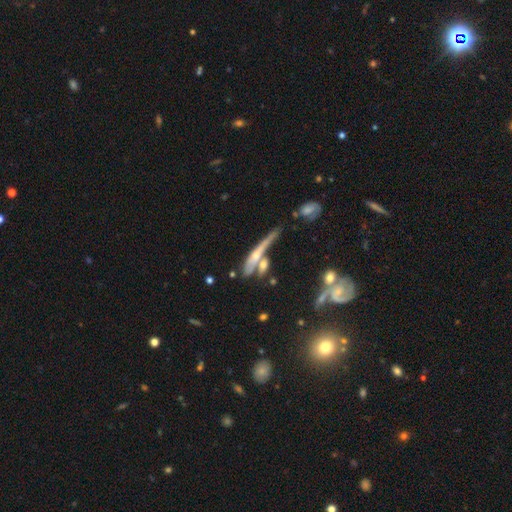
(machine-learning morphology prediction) Smooth or featured? Predicted: featured or disk (p=0.55). Edge-on disk? Predicted: yes (p=0.77). Merging? Predicted: merger (p=0.37).